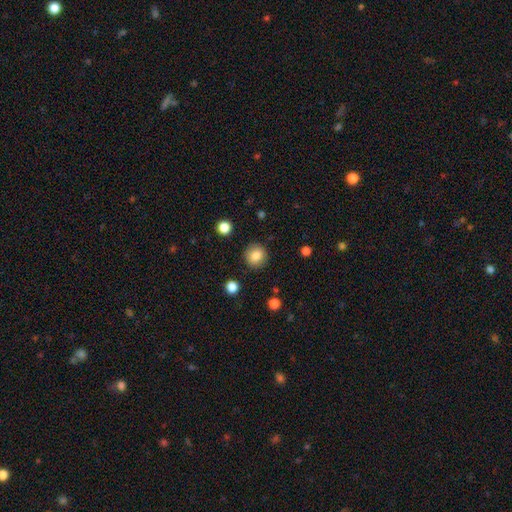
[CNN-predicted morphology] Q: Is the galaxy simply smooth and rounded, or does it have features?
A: smooth — 85%.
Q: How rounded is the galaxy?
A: round — 92%.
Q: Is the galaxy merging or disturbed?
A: none — 90%.